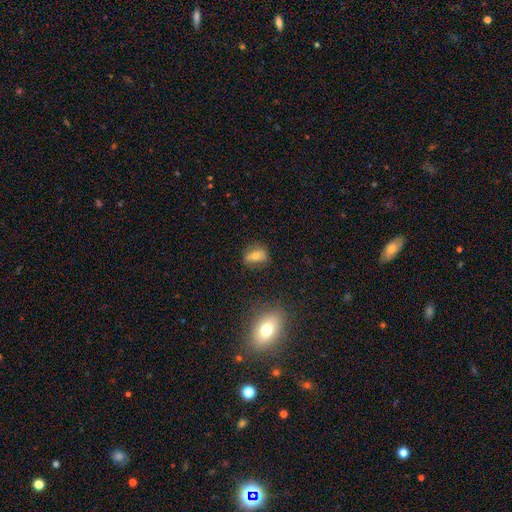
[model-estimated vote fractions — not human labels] Smooth or featured? Predicted: smooth (p=0.59). How rounded? Predicted: in between (p=0.68). Merging? Predicted: none (p=0.72).